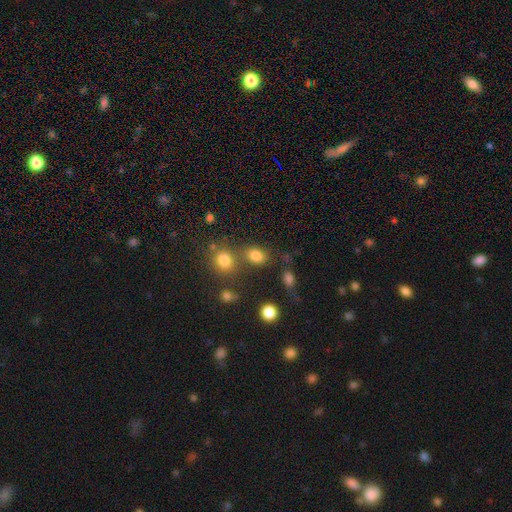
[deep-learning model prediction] smooth-or-featured: smooth: 79% | star or artifact: 14% | featured or disk: 7%
  how-rounded: in between: 60% | round: 38% | cigar-shaped: 1%
  merging: none: 62% | merger: 20% | minor disturbance: 12% | major disturbance: 6%